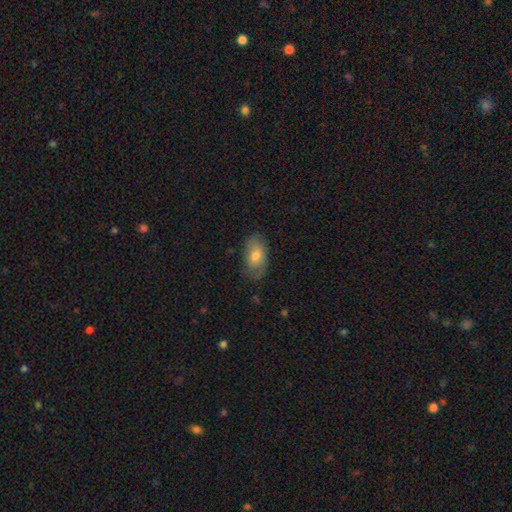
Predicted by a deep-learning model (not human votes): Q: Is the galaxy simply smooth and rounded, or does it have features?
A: smooth — 70%.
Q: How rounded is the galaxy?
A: in between — 92%.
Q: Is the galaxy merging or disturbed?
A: none — 70%.